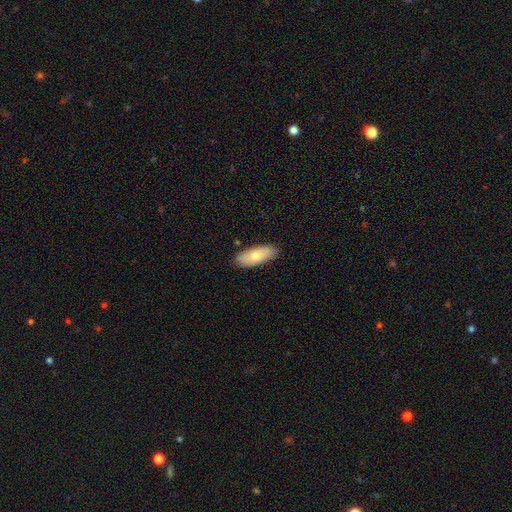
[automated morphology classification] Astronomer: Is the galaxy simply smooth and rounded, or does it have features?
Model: smooth — 78%.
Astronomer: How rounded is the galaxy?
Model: in between — 78%.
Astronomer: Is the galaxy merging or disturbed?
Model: none — 85%.